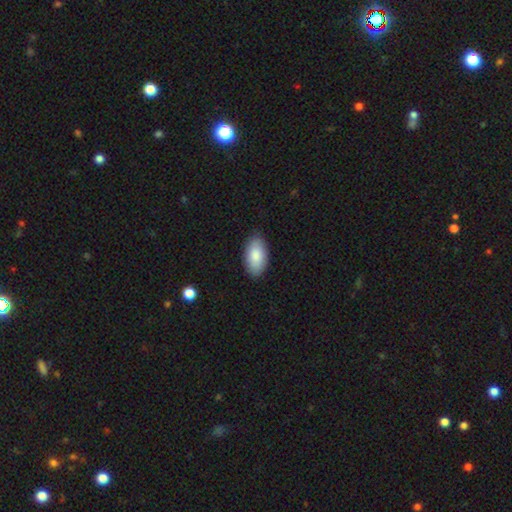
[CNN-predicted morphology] type=smooth (86%); roundness=in between (95%); merging=none (86%).